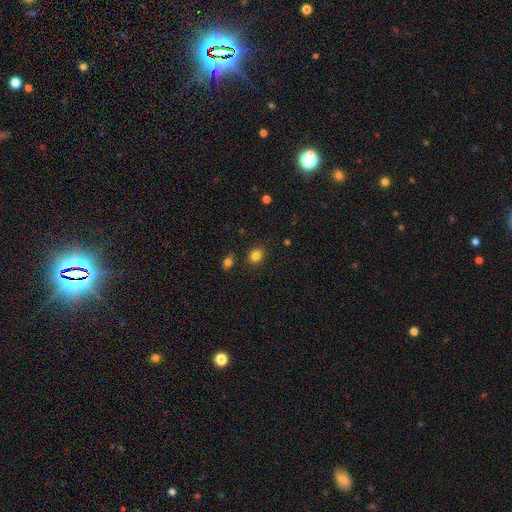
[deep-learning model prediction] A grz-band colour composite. It shows a smooth galaxy with no disk features (83%) that is round (65%). Merging: none (84%).